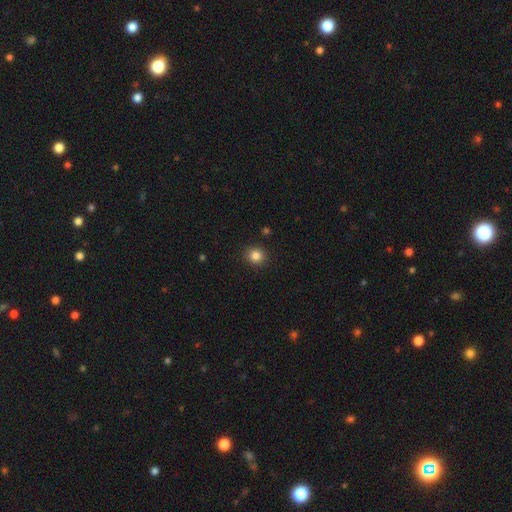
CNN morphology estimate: Smooth or featured: smooth — 85% (star or artifact — 11%)
How rounded: round — 85% (in between — 14%)
Merging: none — 91% (minor disturbance — 6%)